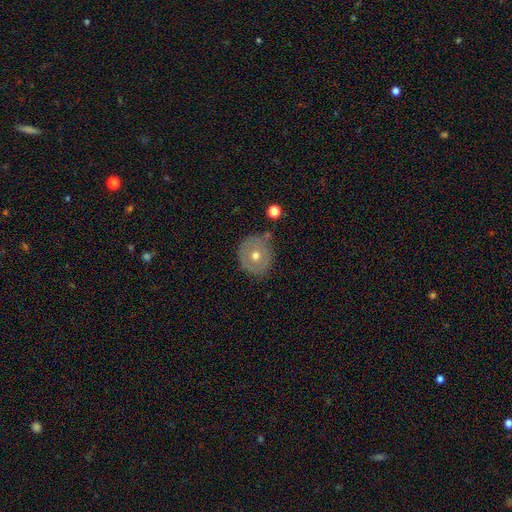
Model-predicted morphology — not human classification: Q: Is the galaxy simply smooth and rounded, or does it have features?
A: smooth — 50%.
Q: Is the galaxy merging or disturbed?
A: none — 80%.